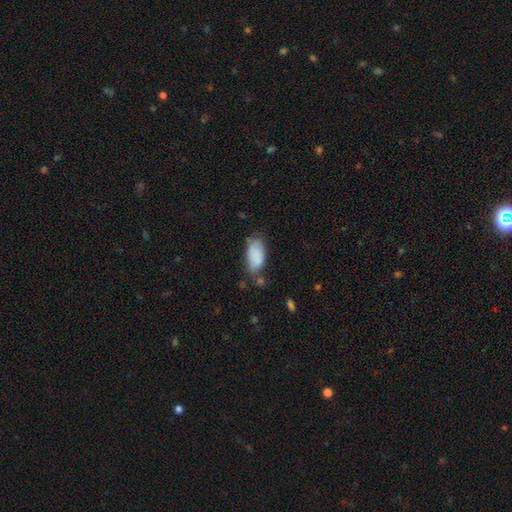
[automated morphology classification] A smooth galaxy with no disk features (83%) that is in between round and cigar-shaped (93%). Merging: none (47%).